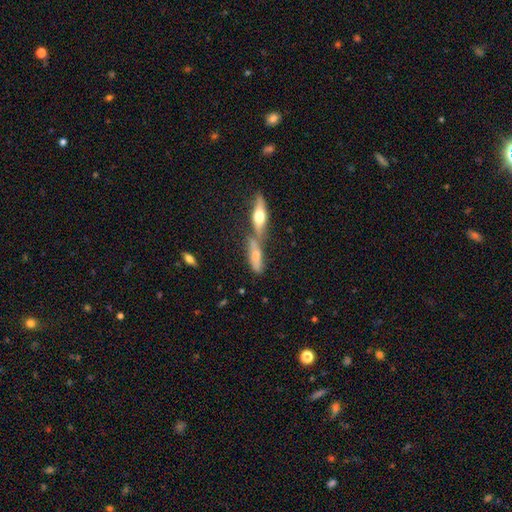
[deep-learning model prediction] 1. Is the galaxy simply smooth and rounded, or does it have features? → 59% smooth, 32% featured or disk, 9% star or artifact.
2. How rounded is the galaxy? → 56% cigar-shaped, 41% in between, 3% round.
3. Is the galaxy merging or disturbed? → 47% merger, 36% none, 12% minor disturbance, 5% major disturbance.